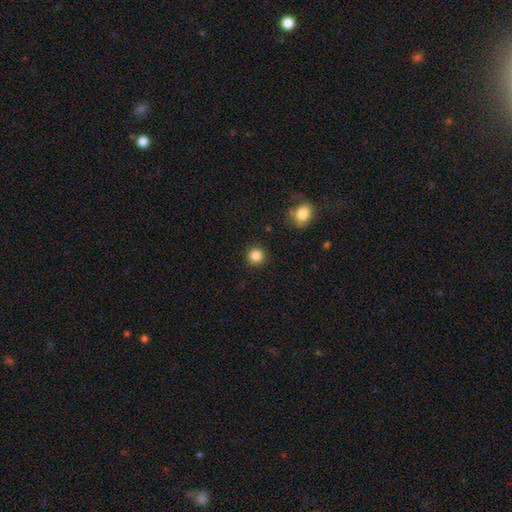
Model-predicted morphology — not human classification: The model was most divided on "smooth or featured": smooth: 85%, star or artifact: 11%, featured or disk: 4%. More confident: how rounded — round (94%); merging — none (91%).